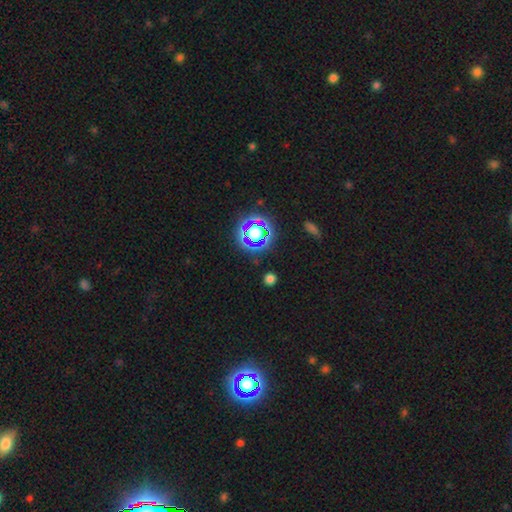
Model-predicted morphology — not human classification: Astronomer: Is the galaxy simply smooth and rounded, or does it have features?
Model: star or artifact — 77%.